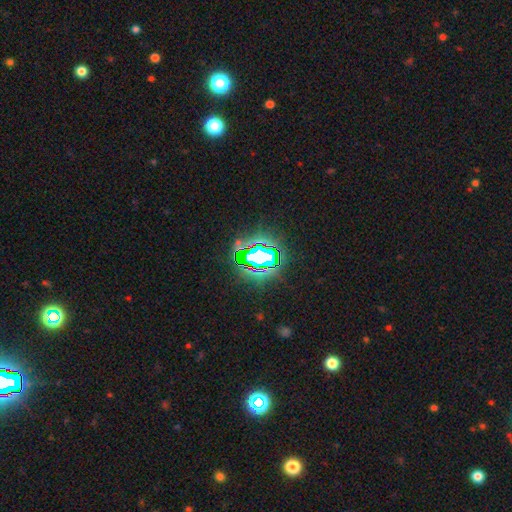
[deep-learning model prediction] Overall: star or artifact (71%).